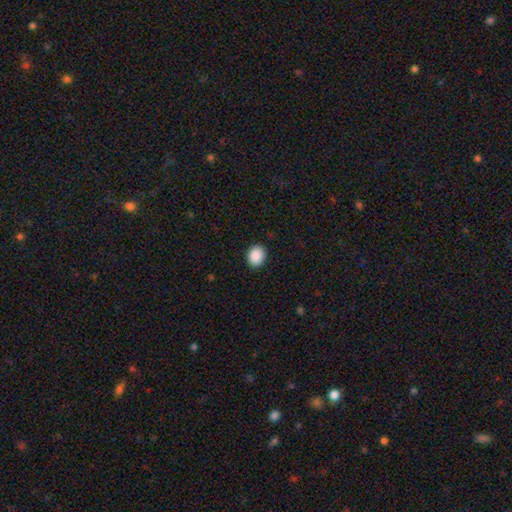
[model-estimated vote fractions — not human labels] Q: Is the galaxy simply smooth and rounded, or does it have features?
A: smooth — 90%.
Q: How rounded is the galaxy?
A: round — 58%.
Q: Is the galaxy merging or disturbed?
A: none — 91%.